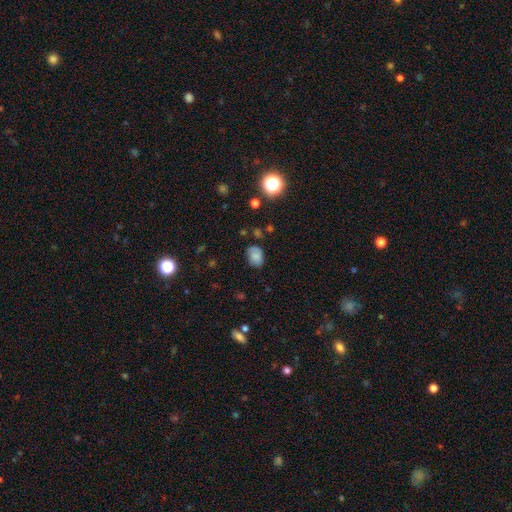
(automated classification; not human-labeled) smooth-or-featured: smooth: 76% | star or artifact: 12% | featured or disk: 12%
  how-rounded: in between: 73% | round: 26% | cigar-shaped: 1%
  merging: none: 65% | minor disturbance: 26% | major disturbance: 6% | merger: 2%